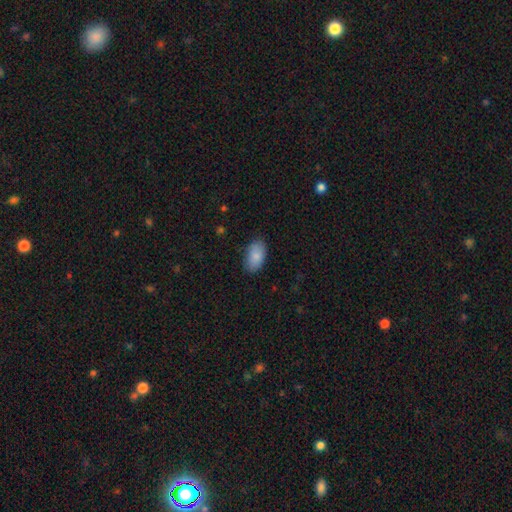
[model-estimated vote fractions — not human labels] Q: Smooth or featured?
A: smooth (86%); runner-up: featured or disk (7%)
Q: How rounded?
A: in between (94%); runner-up: round (4%)
Q: Merging?
A: none (83%); runner-up: minor disturbance (13%)